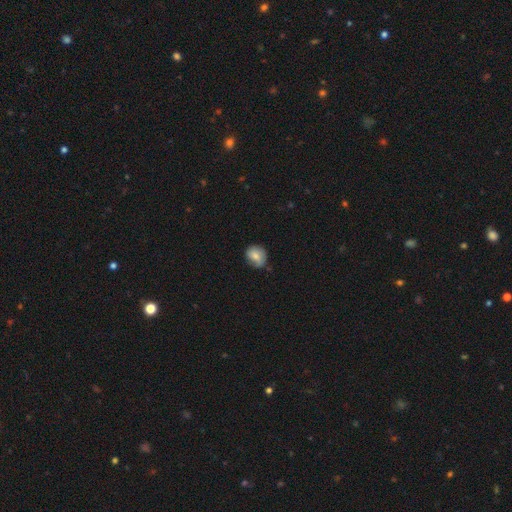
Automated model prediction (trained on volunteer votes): This is likely a smooth galaxy (71%). How rounded: likely round (65%). Merging: possibly none (59%).